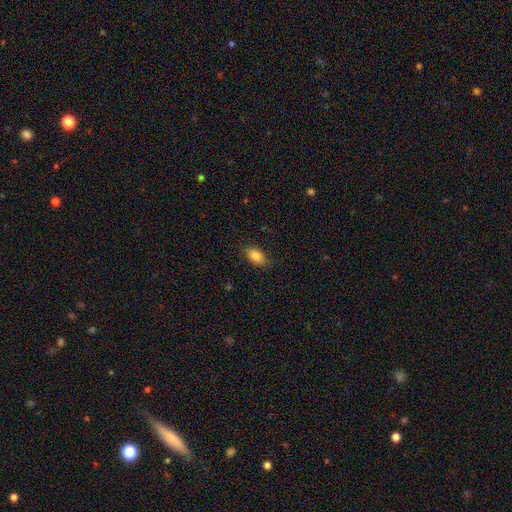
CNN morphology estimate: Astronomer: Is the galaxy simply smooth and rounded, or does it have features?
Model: smooth — 86%.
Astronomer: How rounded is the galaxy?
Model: in between — 90%.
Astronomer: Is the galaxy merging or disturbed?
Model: none — 83%.